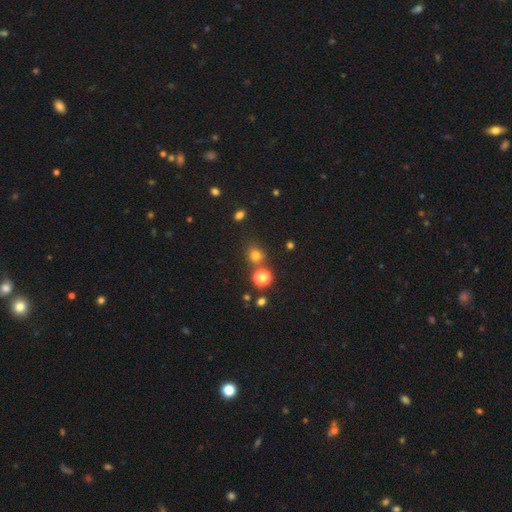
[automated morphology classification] Q: Smooth or featured?
A: smooth (72%); runner-up: star or artifact (21%)
Q: How rounded?
A: round (81%); runner-up: in between (18%)
Q: Merging?
A: none (74%); runner-up: merger (11%)